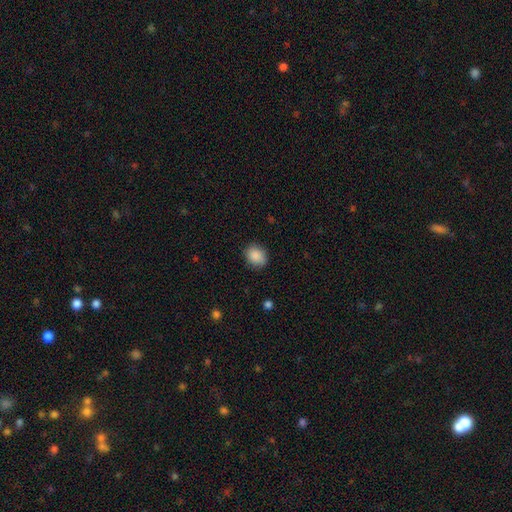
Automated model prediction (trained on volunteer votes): Q: Smooth or featured?
A: smooth (88%); runner-up: star or artifact (8%)
Q: How rounded?
A: round (52%); runner-up: in between (47%)
Q: Merging?
A: none (82%); runner-up: minor disturbance (14%)